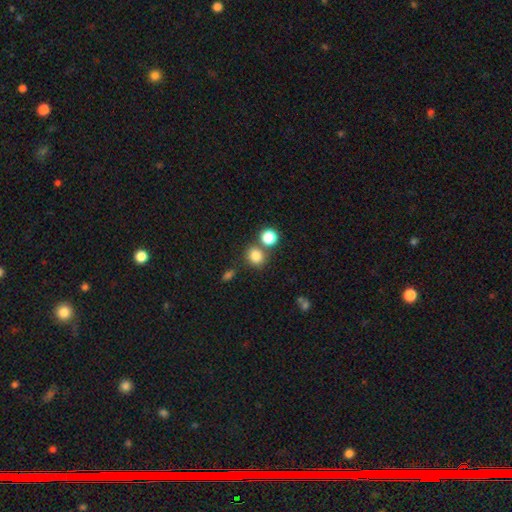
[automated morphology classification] This appears to be a smooth galaxy with no disk features (81%) that is round (79%). Merging: none (69%).